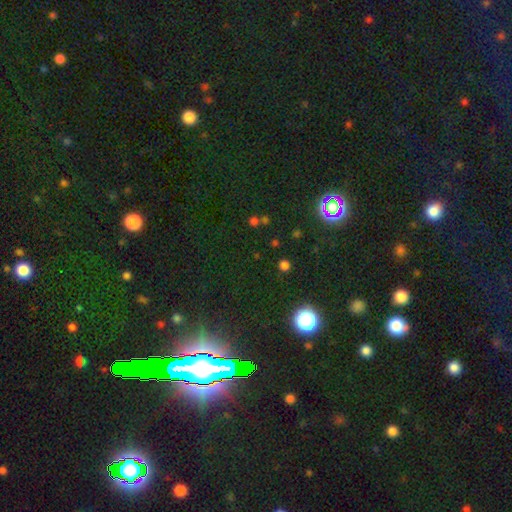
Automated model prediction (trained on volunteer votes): Morphology: type=star or artifact (82%).